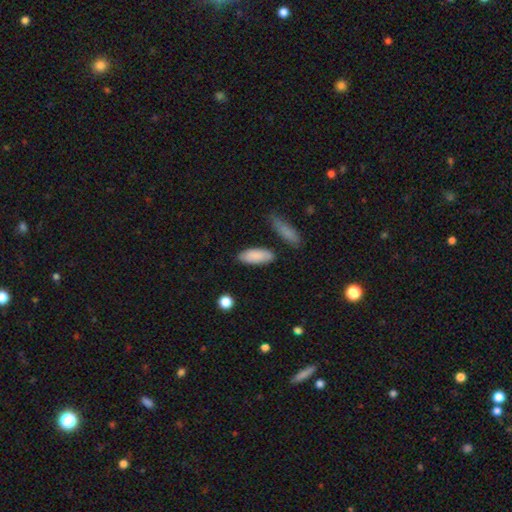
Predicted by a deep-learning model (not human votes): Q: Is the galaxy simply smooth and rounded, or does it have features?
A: smooth — 87%.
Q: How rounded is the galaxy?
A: in between — 81%.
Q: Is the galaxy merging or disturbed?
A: none — 79%.